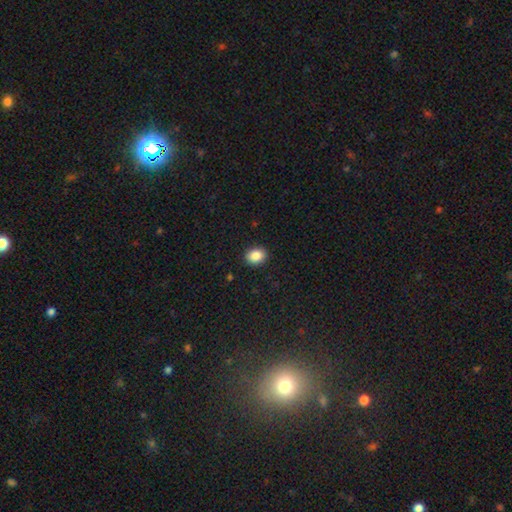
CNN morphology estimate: This is clearly a smooth galaxy (87%). How rounded: possibly in between (53%). Merging: clearly none (91%).